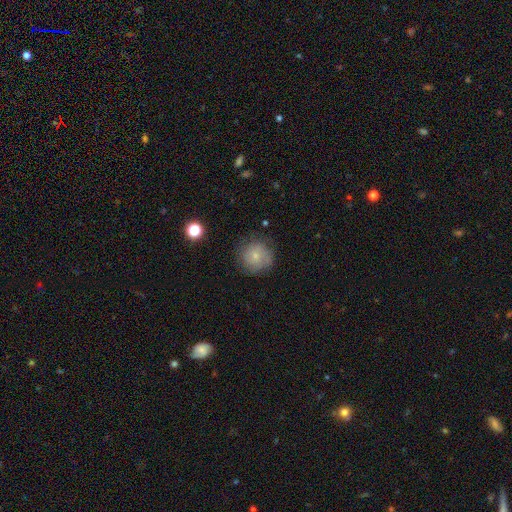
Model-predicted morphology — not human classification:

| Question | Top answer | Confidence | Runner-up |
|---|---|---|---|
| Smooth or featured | smooth | 71% | featured or disk (20%) |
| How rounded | round | 92% | in between (7%) |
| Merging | none | 74% | minor disturbance (19%) |